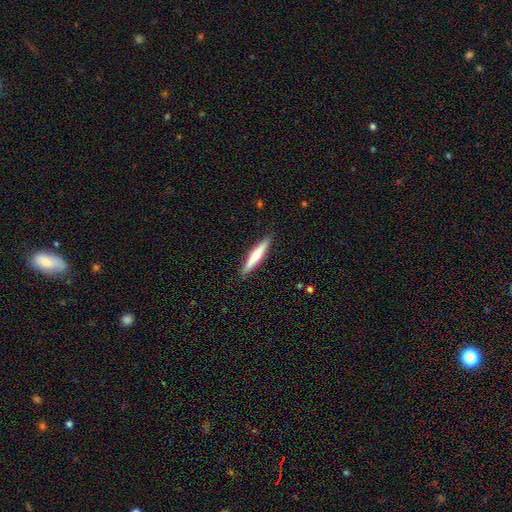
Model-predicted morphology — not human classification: The model was most divided on "smooth or featured": smooth: 59%, featured or disk: 35%, star or artifact: 5%. More confident: how rounded — cigar-shaped (93%); merging — none (90%).